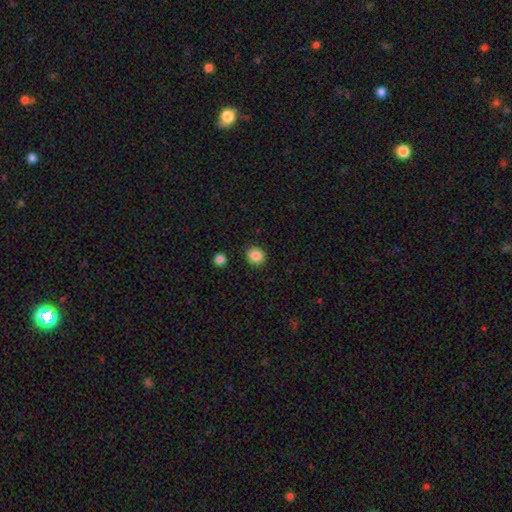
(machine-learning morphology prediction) smooth_or_featured: smooth (p=0.87) [alt: star or artifact p=0.09]
how_rounded: round (p=0.70) [alt: in between p=0.29]
merging: none (p=0.89) [alt: minor disturbance p=0.07]